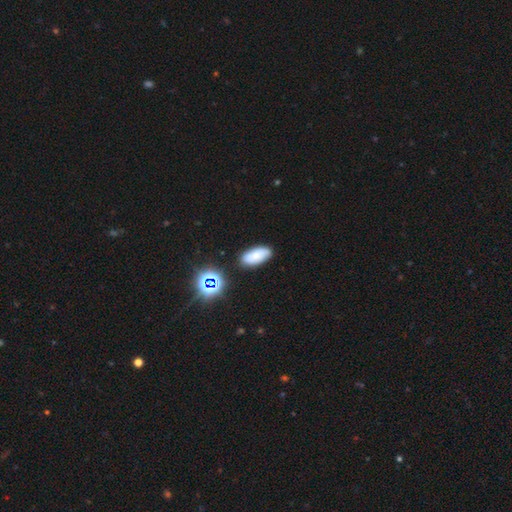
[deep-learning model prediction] Smooth or featured? Predicted: smooth (p=0.69). How rounded? Predicted: in between (p=0.89). Merging? Predicted: none (p=0.82).